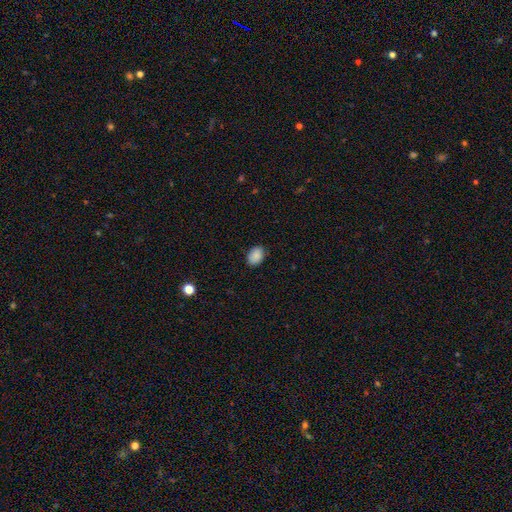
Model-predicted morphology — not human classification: This is clearly a smooth galaxy (88%). How rounded: likely in between (73%). Merging: clearly none (83%).